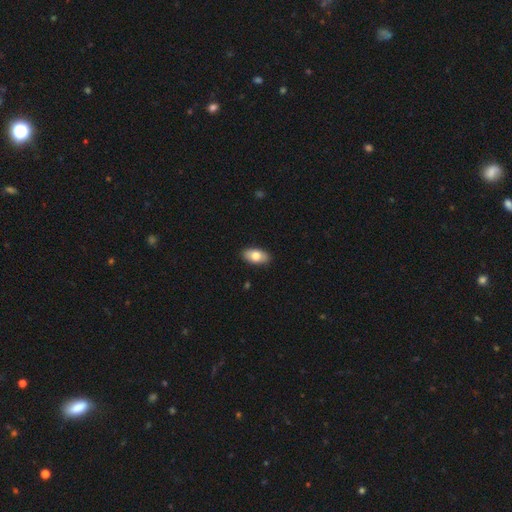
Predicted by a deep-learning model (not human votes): This is likely a smooth galaxy (77%). How rounded: clearly in between (93%). Merging: clearly none (89%).